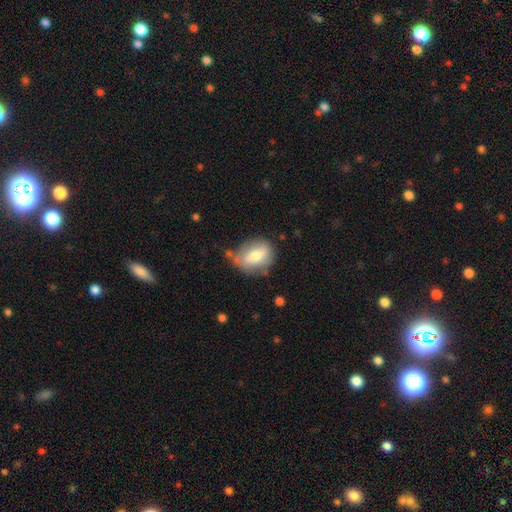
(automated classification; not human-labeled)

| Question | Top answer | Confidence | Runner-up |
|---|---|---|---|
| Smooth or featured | smooth | 64% | featured or disk (29%) |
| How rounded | in between | 61% | round (36%) |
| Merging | none | 64% | minor disturbance (24%) |